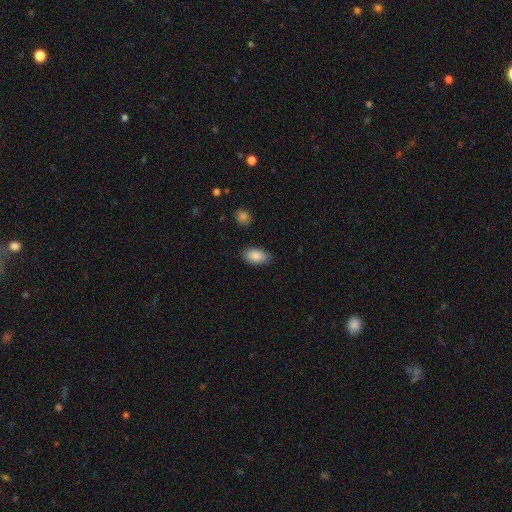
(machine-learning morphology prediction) Q: Smooth or featured?
A: smooth (88%); runner-up: star or artifact (7%)
Q: How rounded?
A: in between (93%); runner-up: round (5%)
Q: Merging?
A: none (84%); runner-up: minor disturbance (12%)